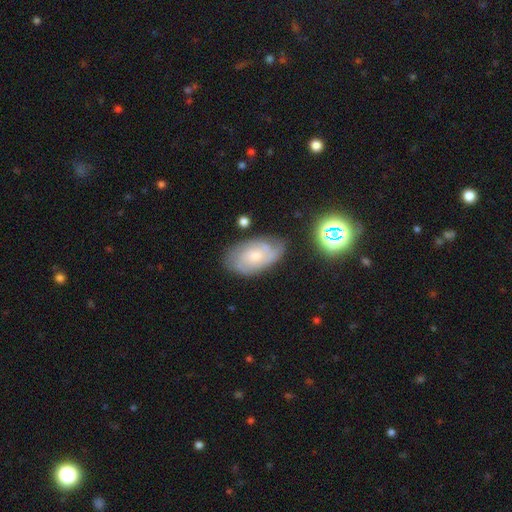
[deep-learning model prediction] smooth-or-featured: featured or disk: 65% | smooth: 27% | star or artifact: 8%
  disk-edge-on: no: 95% | yes: 5%
    bar: no: 74% | weak: 24% | strong: 3%
    has-spiral-arms: yes: 89% | no: 11%
      spiral-winding: tight: 58% | medium: 32% | loose: 10%
      spiral-arm-count: can't tell: 42% | 2: 27% | 3: 17% | 4: 6% | 1: 4% | more than 4: 3%
    bulge-size: small: 50% | moderate: 42% | none: 4% | large: 3% | dominant: 1%
  merging: none: 69% | minor disturbance: 22% | major disturbance: 6% | merger: 3%